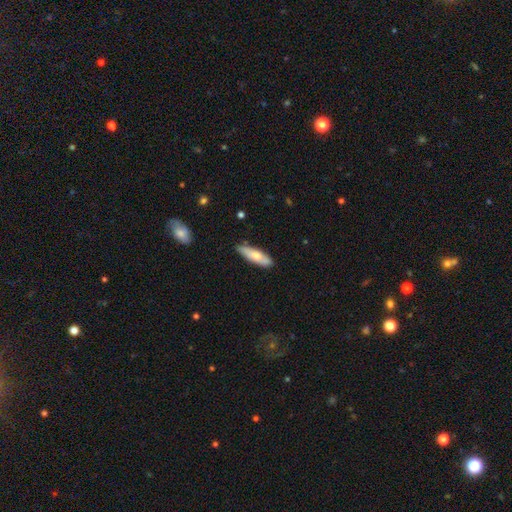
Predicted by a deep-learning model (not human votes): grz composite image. It shows a smooth galaxy with no disk features (66%) that is cigar-shaped (58%). Merging: none (82%).